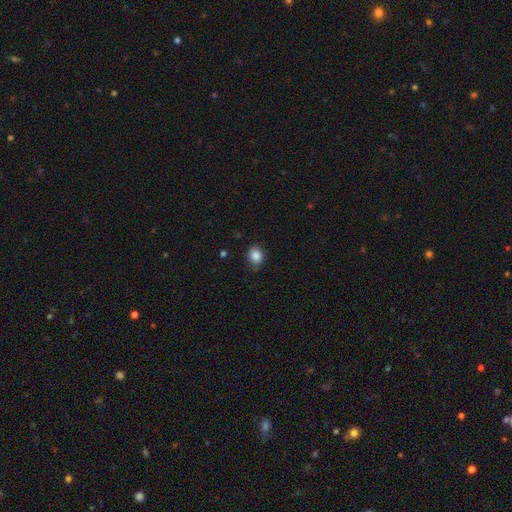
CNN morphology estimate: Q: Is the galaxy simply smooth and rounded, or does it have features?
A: smooth — 86%.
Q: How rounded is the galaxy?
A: round — 69%.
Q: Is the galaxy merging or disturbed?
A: none — 80%.